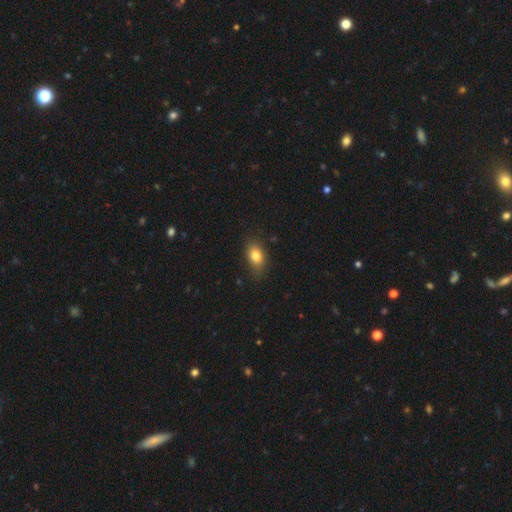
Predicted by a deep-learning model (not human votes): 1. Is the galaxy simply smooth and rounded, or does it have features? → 81% smooth, 9% star or artifact, 9% featured or disk.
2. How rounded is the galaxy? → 81% in between, 16% round, 2% cigar-shaped.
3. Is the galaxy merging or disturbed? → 79% none, 16% minor disturbance, 3% major disturbance, 1% merger.